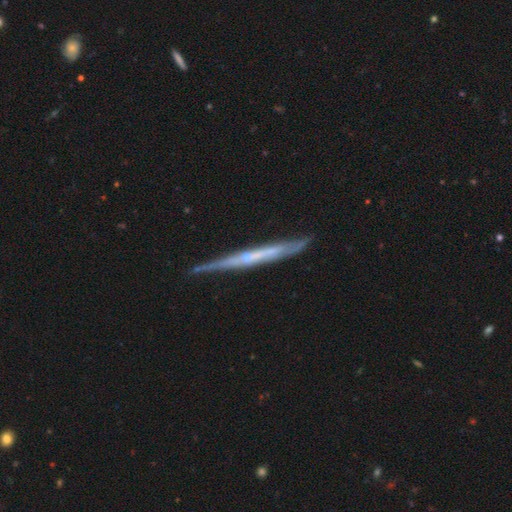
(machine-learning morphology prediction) This is likely a featured or disk galaxy (73%). It is clearly viewed edge-on (95%). Edge-on bulge: likely none (67%). Merging: likely none (79%).